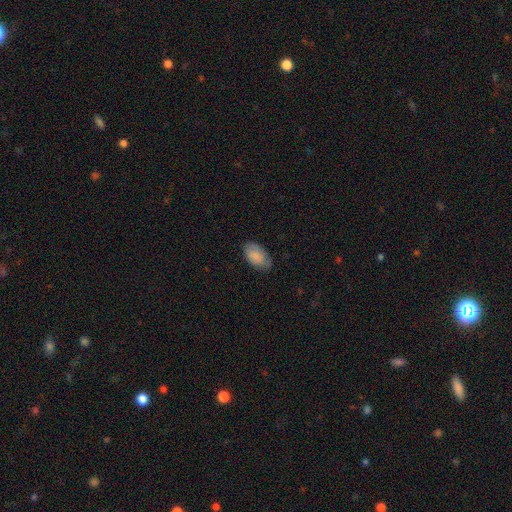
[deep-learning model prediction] A smooth galaxy with no disk features (84%) that is in between round and cigar-shaped (95%).

Vote fractions:
- Smooth or featured? smooth: 84% / featured or disk: 10% / star or artifact: 7%
- How rounded? in between: 95% / round: 4% / cigar-shaped: 1%
- Merging? none: 72% / minor disturbance: 22% / major disturbance: 4% / merger: 1%